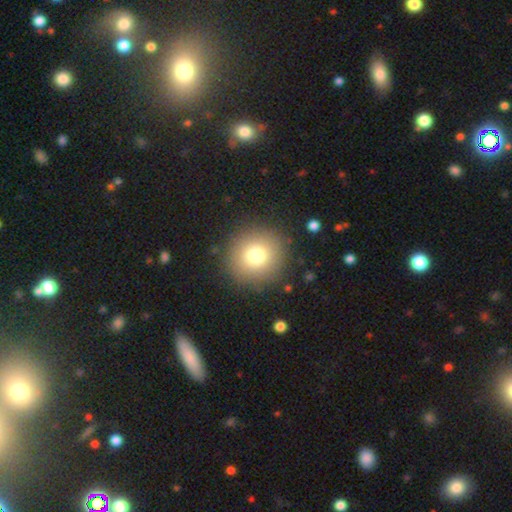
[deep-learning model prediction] smooth_or_featured: smooth (p=0.76) [alt: star or artifact p=0.13]
how_rounded: round (p=0.95) [alt: in between p=0.04]
merging: none (p=0.89) [alt: minor disturbance p=0.06]